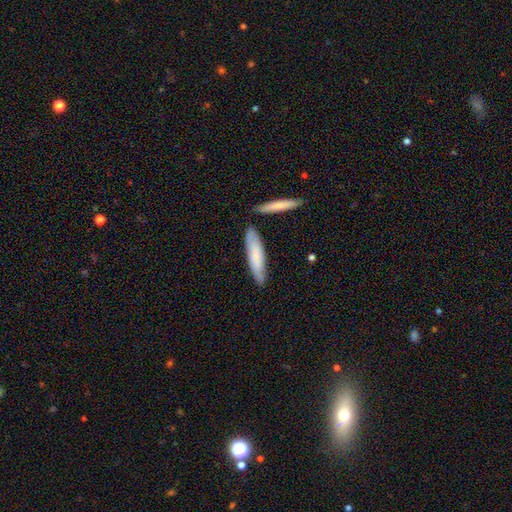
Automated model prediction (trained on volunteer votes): A smooth galaxy with no disk features (68%) that is cigar-shaped (77%). Merging: none (74%).